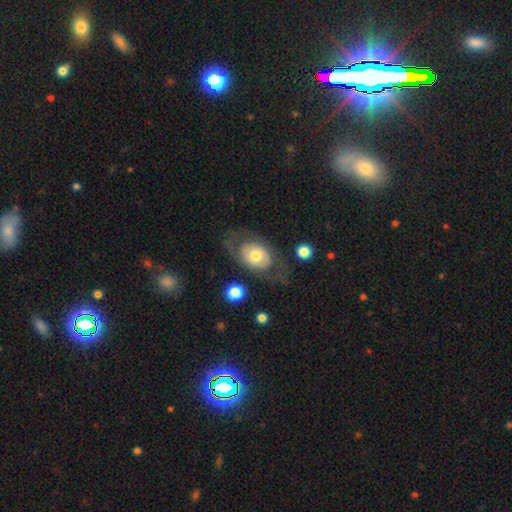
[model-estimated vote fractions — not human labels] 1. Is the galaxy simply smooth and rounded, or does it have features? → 51% featured or disk, 43% smooth, 6% star or artifact.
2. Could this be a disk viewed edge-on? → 90% no, 10% yes.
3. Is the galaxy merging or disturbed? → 67% none, 16% minor disturbance, 14% major disturbance, 3% merger.